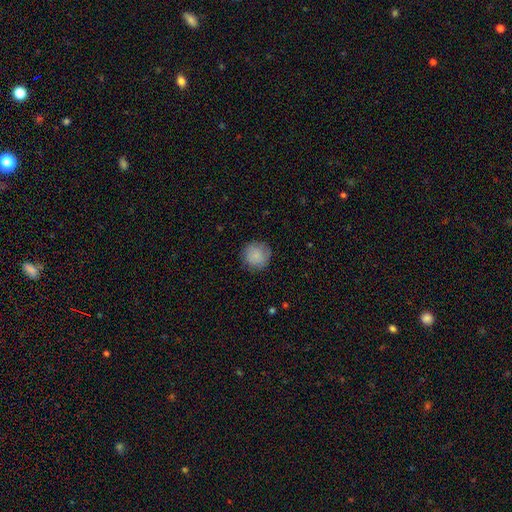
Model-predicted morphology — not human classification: This is clearly a smooth galaxy (84%). How rounded: clearly round (94%). Merging: clearly none (84%).